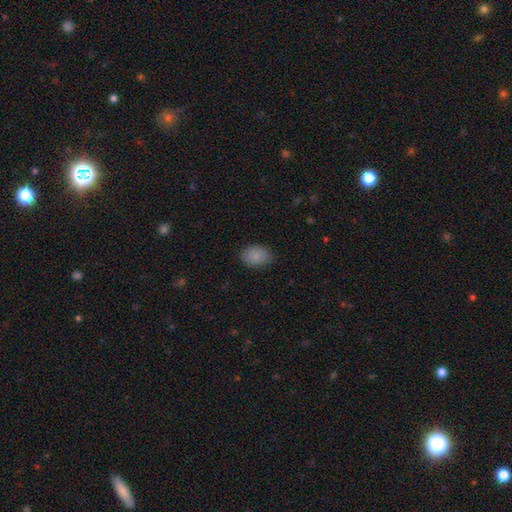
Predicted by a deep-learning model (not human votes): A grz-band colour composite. It shows a smooth galaxy with no disk features (87%) that is in between round and cigar-shaped (77%). Merging: none (84%).